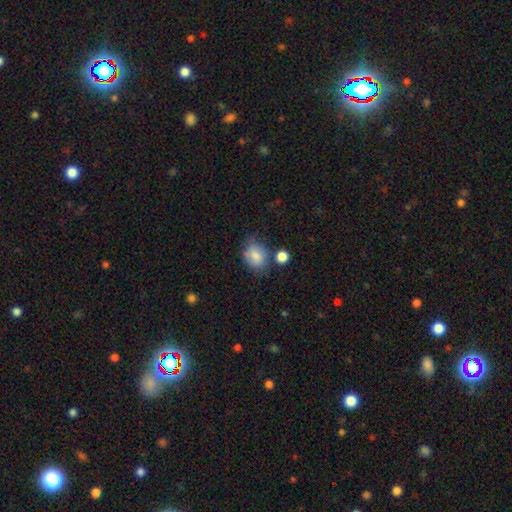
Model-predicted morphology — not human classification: A smooth galaxy with no disk features (79%) that is in between round and cigar-shaped (51%).

Vote fractions:
- Smooth or featured? smooth: 79% / featured or disk: 12% / star or artifact: 9%
- How rounded? in between: 51% / round: 48% / cigar-shaped: 1%
- Merging? none: 53% / minor disturbance: 25% / merger: 12% / major disturbance: 9%